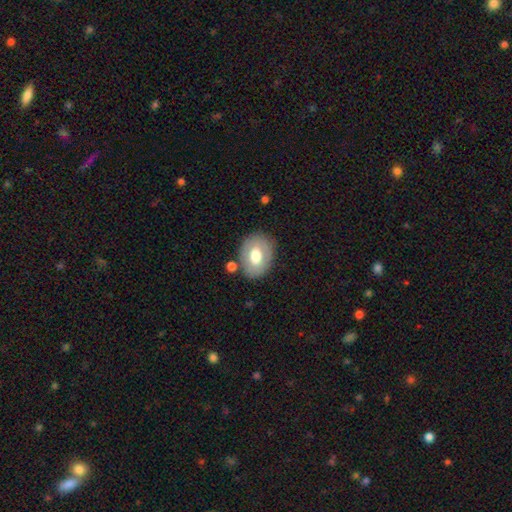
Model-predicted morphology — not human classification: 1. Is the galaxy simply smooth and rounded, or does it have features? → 60% smooth, 33% featured or disk, 7% star or artifact.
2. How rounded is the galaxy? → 66% in between, 33% round, 1% cigar-shaped.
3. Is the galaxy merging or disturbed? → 77% none, 13% minor disturbance, 5% merger, 4% major disturbance.